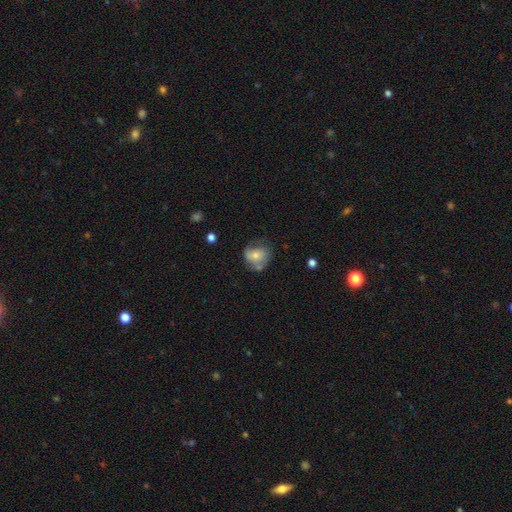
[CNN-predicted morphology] Smooth or featured?
  - smooth: 55% *
  - featured or disk: 37%
  - star or artifact: 8%
How rounded?
  - round: 64% *
  - in between: 35%
  - cigar-shaped: 1%
Merging?
  - none: 47% *
  - minor disturbance: 29%
  - major disturbance: 15%
  - merger: 9%